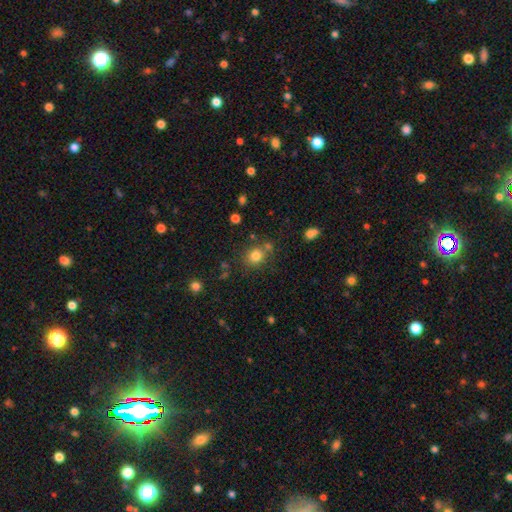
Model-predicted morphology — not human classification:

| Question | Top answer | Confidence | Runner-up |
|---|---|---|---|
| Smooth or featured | smooth | 80% | star or artifact (13%) |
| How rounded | round | 81% | in between (18%) |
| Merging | none | 73% | merger (12%) |